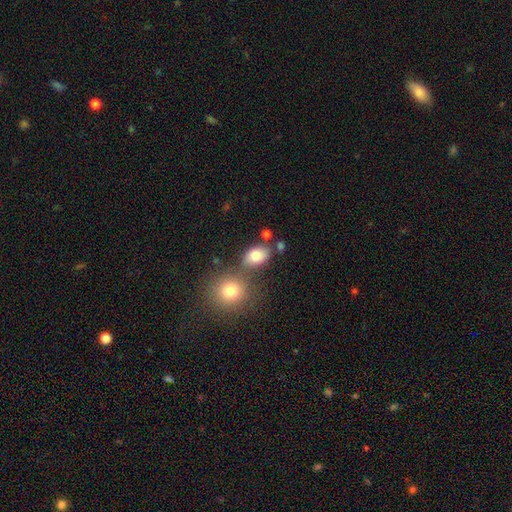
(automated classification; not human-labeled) This is clearly a smooth galaxy (83%). How rounded: likely in between (79%). Merging: possibly none (59%).